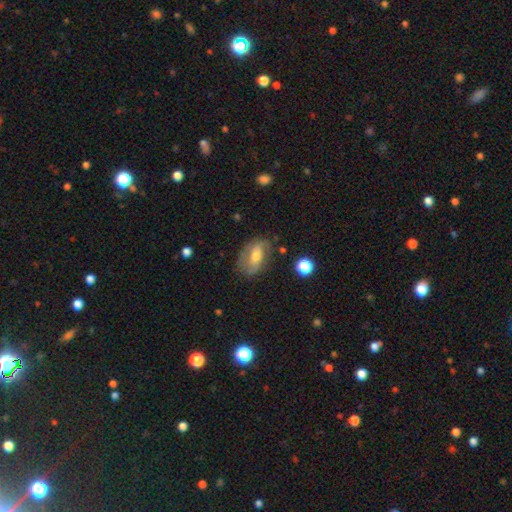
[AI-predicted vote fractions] smooth-or-featured: featured or disk: 51% | smooth: 40% | star or artifact: 9%
  disk-edge-on: no: 90% | yes: 10%
  merging: none: 67% | minor disturbance: 22% | major disturbance: 9% | merger: 3%